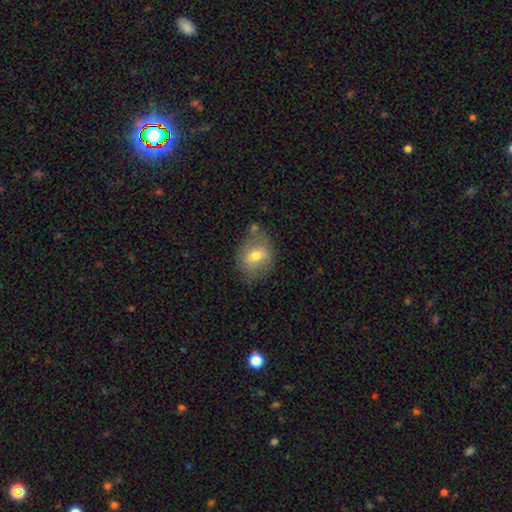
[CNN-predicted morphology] A smooth galaxy with no disk features (61%) that is in between round and cigar-shaped (53%). Merging: none (64%).